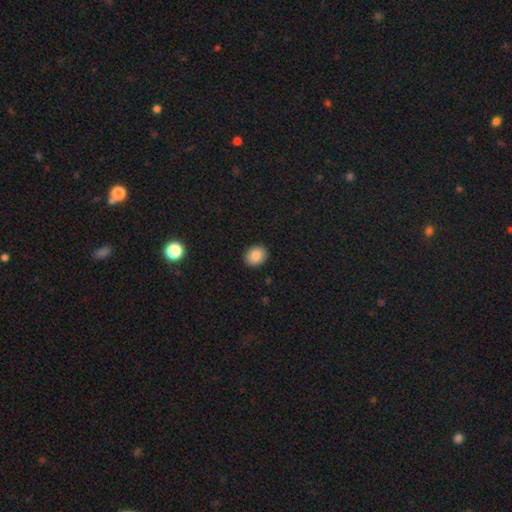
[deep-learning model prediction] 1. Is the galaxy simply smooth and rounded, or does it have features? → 87% smooth, 9% star or artifact, 5% featured or disk.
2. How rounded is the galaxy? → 52% round, 47% in between, 1% cigar-shaped.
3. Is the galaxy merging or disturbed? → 91% none, 6% minor disturbance, 2% major disturbance, 1% merger.